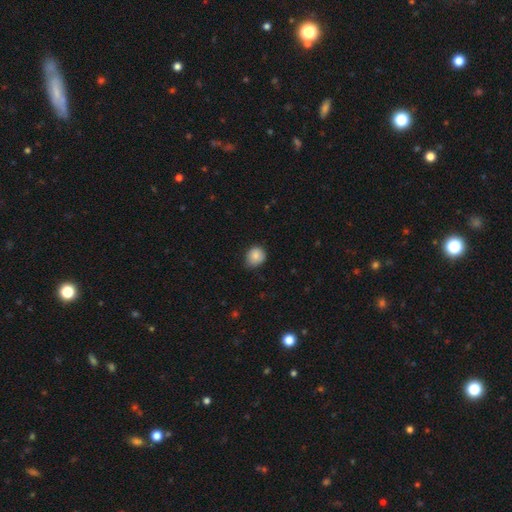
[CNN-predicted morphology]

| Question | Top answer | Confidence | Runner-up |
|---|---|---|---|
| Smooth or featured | smooth | 86% | star or artifact (9%) |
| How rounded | round | 77% | in between (22%) |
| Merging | none | 70% | minor disturbance (26%) |